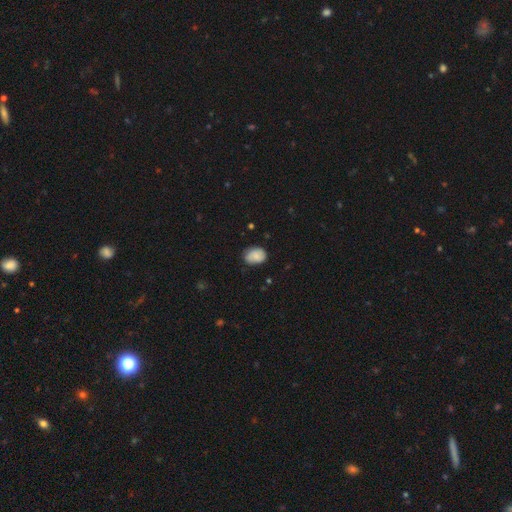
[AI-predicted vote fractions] Overall: smooth (79%). How rounded: in between (65%; round 34%). Merging: none (67%).